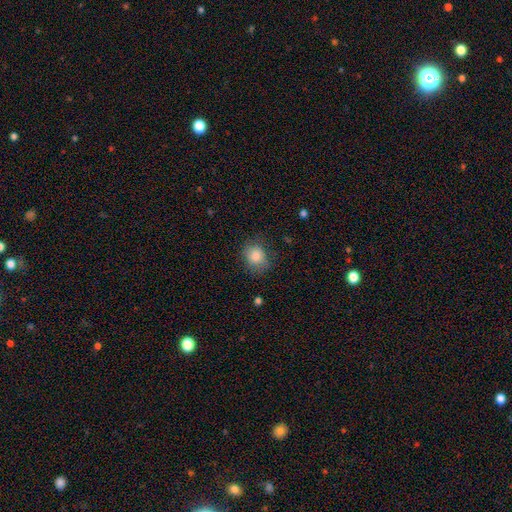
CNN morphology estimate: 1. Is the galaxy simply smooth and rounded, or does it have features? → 84% smooth, 9% star or artifact, 8% featured or disk.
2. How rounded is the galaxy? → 65% round, 34% in between, 1% cigar-shaped.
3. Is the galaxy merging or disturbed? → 72% none, 21% minor disturbance, 6% major disturbance, 1% merger.